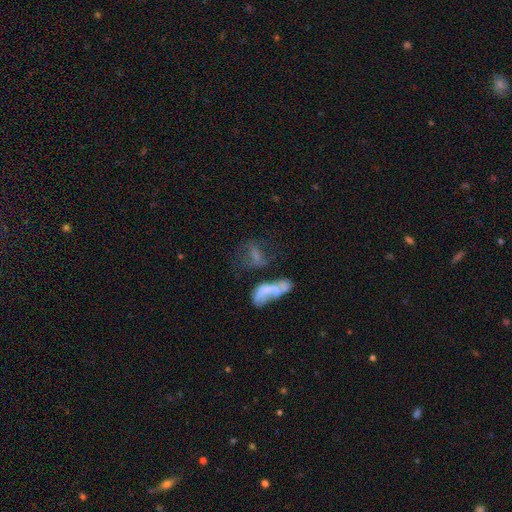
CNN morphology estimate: Smooth or featured: featured or disk — 47% (smooth — 36%)
Merging: merger — 43% (major disturbance — 23%)